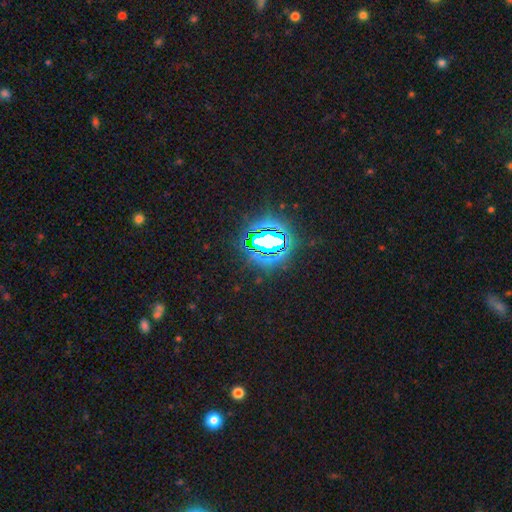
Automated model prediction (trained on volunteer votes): A star or artifact, not a galaxy (84%).

Vote fractions:
- Smooth or featured? star or artifact: 84% / smooth: 10% / featured or disk: 6%